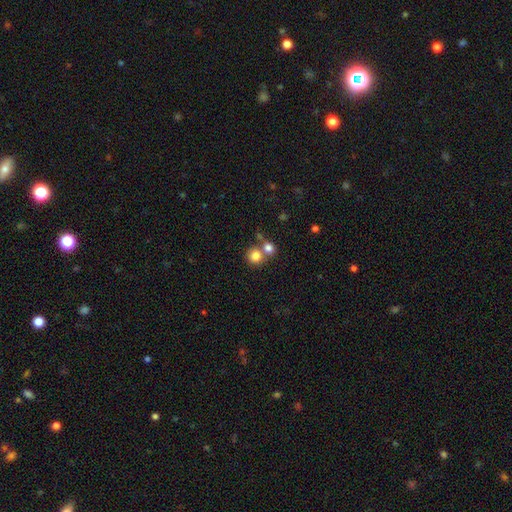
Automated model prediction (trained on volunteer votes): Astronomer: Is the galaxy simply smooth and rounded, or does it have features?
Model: smooth — 81%.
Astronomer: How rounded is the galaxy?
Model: round — 89%.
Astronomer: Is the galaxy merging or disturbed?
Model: none — 51% (runner-up: merger, 40%).